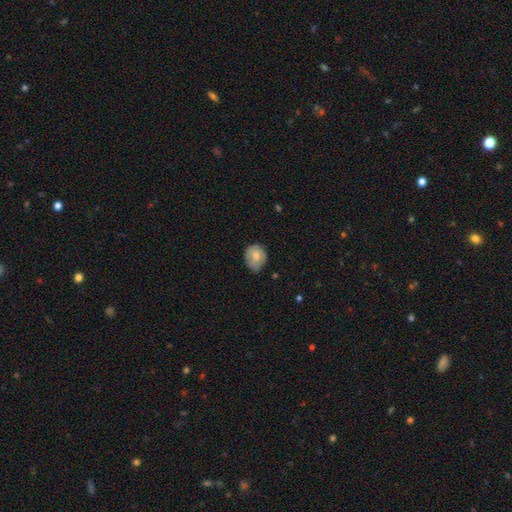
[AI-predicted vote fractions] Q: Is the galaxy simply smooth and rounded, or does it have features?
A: smooth — 72%.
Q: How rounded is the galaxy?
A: round — 60%.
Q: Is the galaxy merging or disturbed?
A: none — 62%.